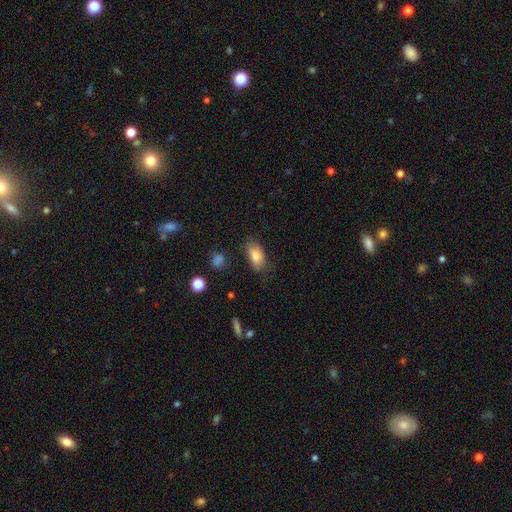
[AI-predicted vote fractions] smooth_or_featured: smooth (p=0.82) [alt: featured or disk p=0.10]
how_rounded: in between (p=0.90) [alt: round p=0.06]
merging: none (p=0.72) [alt: minor disturbance p=0.20]